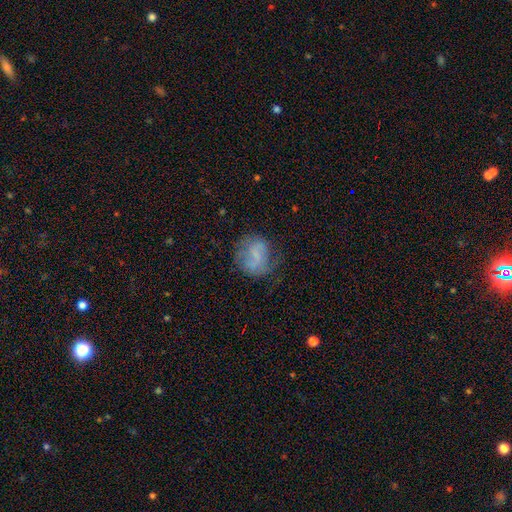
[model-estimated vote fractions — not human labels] Q: Smooth or featured?
A: smooth (56%); runner-up: featured or disk (34%)
Q: How rounded?
A: round (62%); runner-up: in between (36%)
Q: Merging?
A: none (57%); runner-up: minor disturbance (25%)